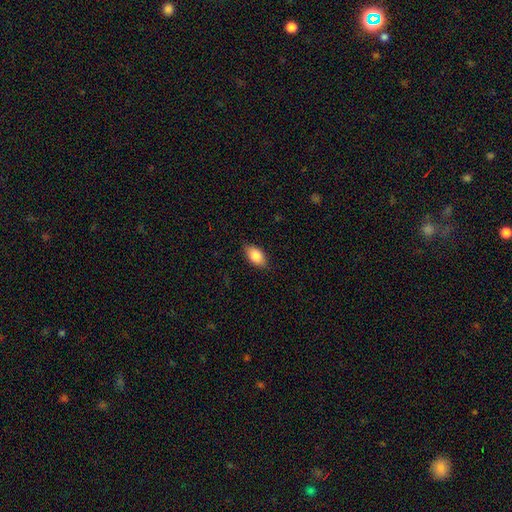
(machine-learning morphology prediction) smooth_or_featured: smooth (p=0.82) [alt: featured or disk p=0.11]
how_rounded: in between (p=0.90) [alt: round p=0.06]
merging: none (p=0.85) [alt: minor disturbance p=0.12]